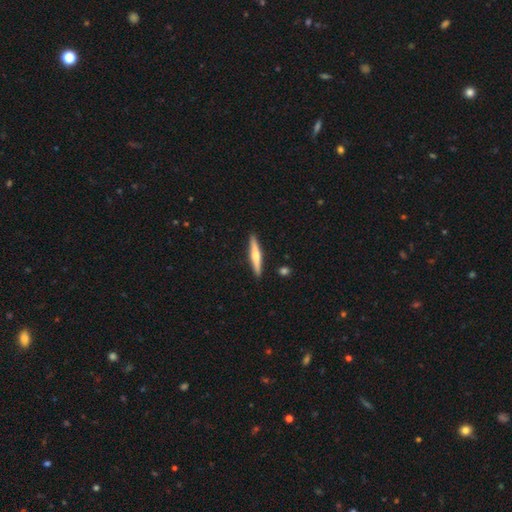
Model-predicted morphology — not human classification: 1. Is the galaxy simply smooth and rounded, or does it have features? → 50% featured or disk, 45% smooth, 5% star or artifact.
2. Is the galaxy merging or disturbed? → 91% none, 6% minor disturbance, 2% merger, 1% major disturbance.